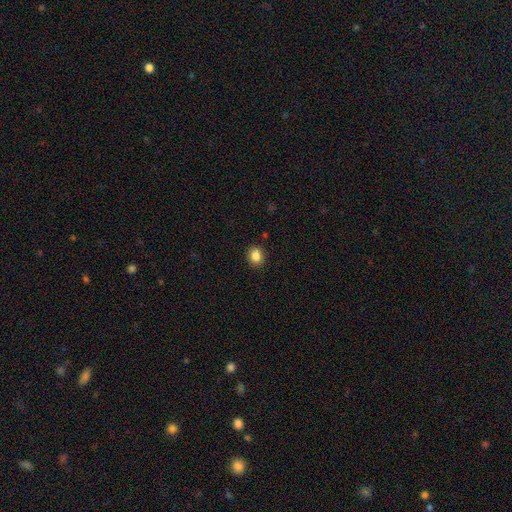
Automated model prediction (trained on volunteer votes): Smooth or featured?
  - smooth: 86% *
  - star or artifact: 10%
  - featured or disk: 4%
How rounded?
  - round: 56% *
  - in between: 43%
  - cigar-shaped: 1%
Merging?
  - none: 90% *
  - minor disturbance: 7%
  - major disturbance: 2%
  - merger: 1%